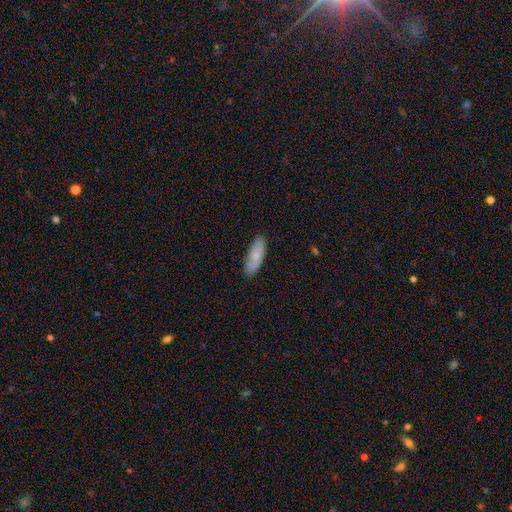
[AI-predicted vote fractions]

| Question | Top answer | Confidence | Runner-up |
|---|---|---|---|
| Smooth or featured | smooth | 71% | featured or disk (23%) |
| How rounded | in between | 67% | cigar-shaped (31%) |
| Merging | none | 86% | minor disturbance (11%) |